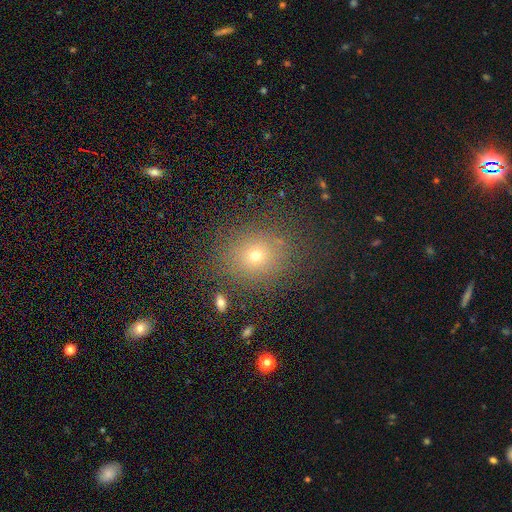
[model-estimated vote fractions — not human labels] This appears to be a smooth galaxy with no disk features (68%) that is round (74%). Merging: none (82%).